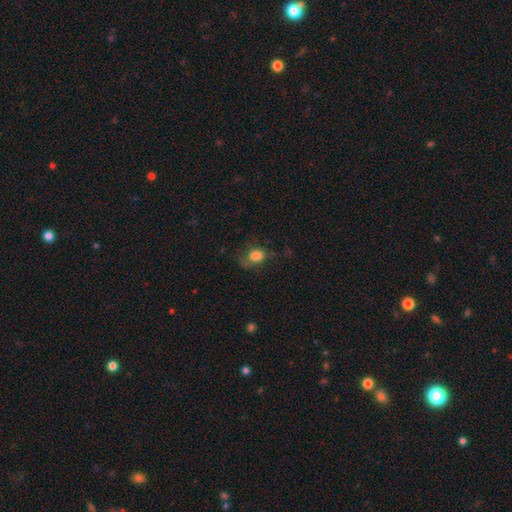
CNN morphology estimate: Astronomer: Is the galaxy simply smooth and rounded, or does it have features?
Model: smooth — 75%.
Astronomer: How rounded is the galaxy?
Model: in between — 53% (runner-up: round, 46%).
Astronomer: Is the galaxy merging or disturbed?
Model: none — 44% (runner-up: minor disturbance, 27%).